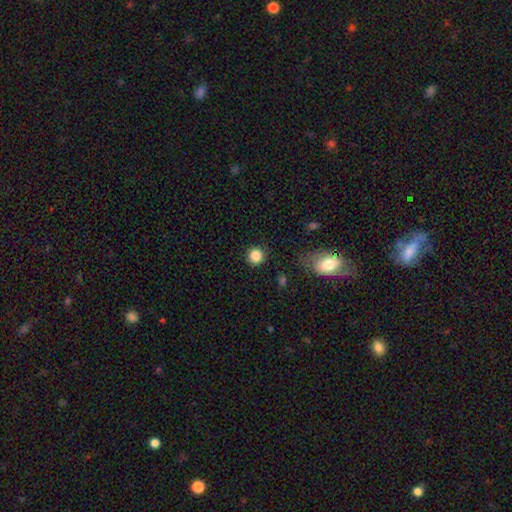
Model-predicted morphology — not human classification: A smooth galaxy with no disk features (86%) that is round (93%).

Vote fractions:
- Smooth or featured? smooth: 86% / star or artifact: 10% / featured or disk: 4%
- How rounded? round: 93% / in between: 7% / cigar-shaped: 1%
- Merging? none: 87% / minor disturbance: 8% / major disturbance: 3% / merger: 2%